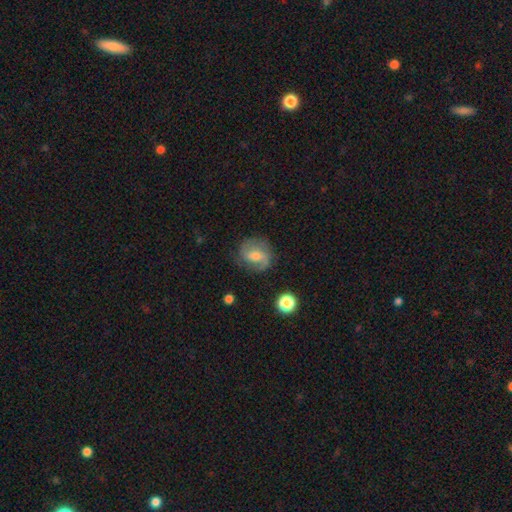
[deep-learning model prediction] Morphology: type=featured or disk (64%); edge-on=no (97%); bar=weak (50%); spiral arms=yes (90%); winding=medium (45%); arm count=2 (75%); bulge=moderate (52%); merging=none (70%).